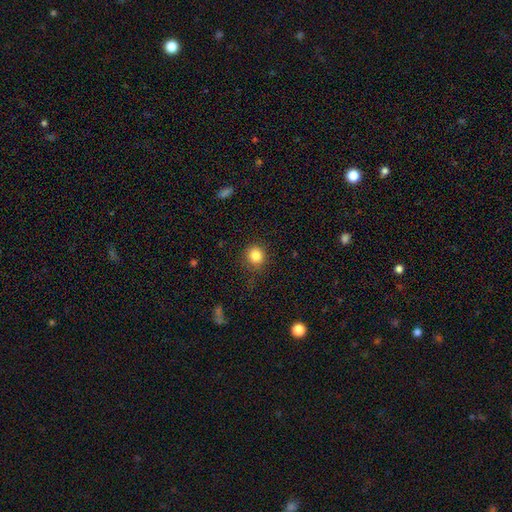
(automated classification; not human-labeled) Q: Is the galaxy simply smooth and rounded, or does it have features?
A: smooth — 84%.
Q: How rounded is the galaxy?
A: round — 86%.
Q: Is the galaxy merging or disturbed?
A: none — 86%.